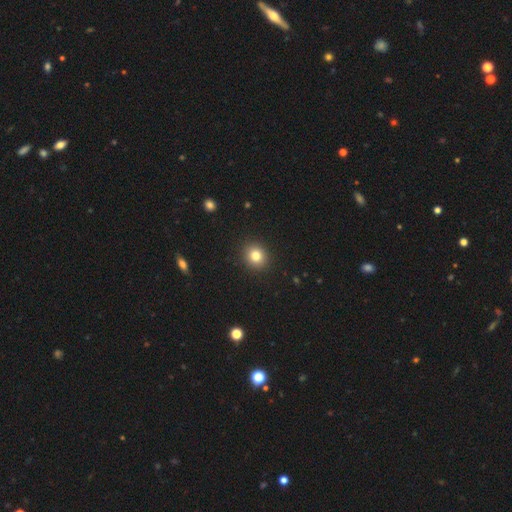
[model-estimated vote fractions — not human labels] A smooth galaxy with no disk features (81%) that is round (82%).

Vote fractions:
- Smooth or featured? smooth: 81% / star or artifact: 11% / featured or disk: 7%
- How rounded? round: 82% / in between: 17% / cigar-shaped: 1%
- Merging? none: 91% / minor disturbance: 6% / major disturbance: 2% / merger: 1%